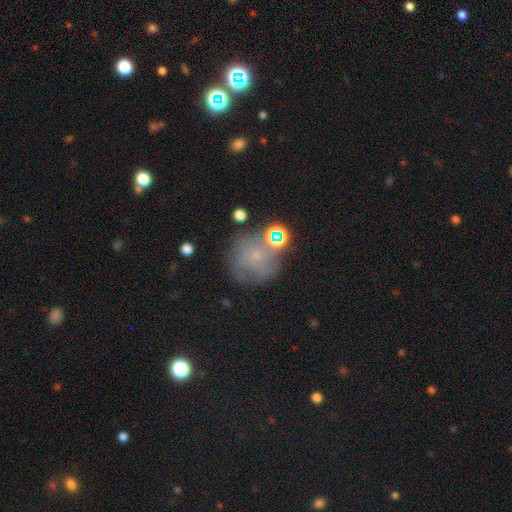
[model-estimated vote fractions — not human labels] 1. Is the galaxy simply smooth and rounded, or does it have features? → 43% featured or disk, 36% smooth, 22% star or artifact.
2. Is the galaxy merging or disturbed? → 56% none, 19% minor disturbance, 14% major disturbance, 11% merger.